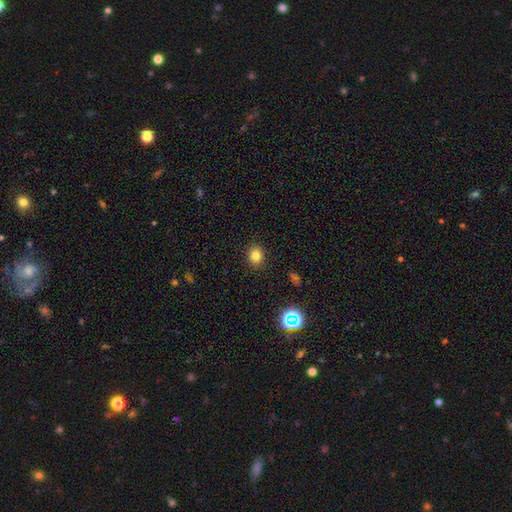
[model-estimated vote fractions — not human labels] Overall: smooth (80%). How rounded: round (63%; in between 36%). Merging: none (89%).